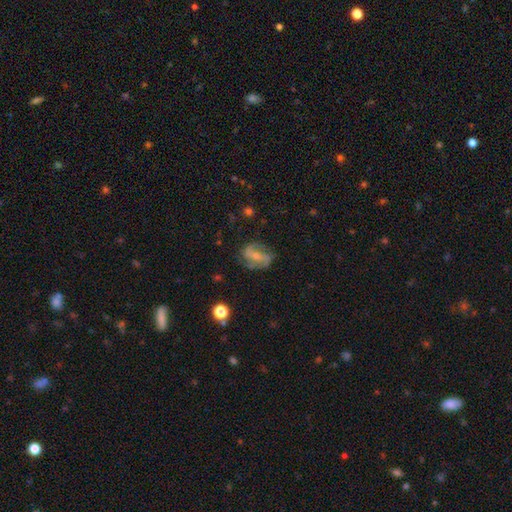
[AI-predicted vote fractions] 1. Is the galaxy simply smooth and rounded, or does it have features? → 73% featured or disk, 19% smooth, 8% star or artifact.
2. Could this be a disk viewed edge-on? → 96% no, 4% yes.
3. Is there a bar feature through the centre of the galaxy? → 39% weak, 33% no, 28% strong.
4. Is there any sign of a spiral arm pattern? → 89% yes, 11% no.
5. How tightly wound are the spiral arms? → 43% medium, 38% loose, 19% tight.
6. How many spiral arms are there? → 77% 2, 10% can't tell, 7% 3, 3% 1, 2% 4, 2% more than 4.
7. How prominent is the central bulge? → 52% small, 39% moderate, 6% none, 2% large, 1% dominant.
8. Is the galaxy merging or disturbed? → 68% none, 20% minor disturbance, 10% major disturbance, 2% merger.